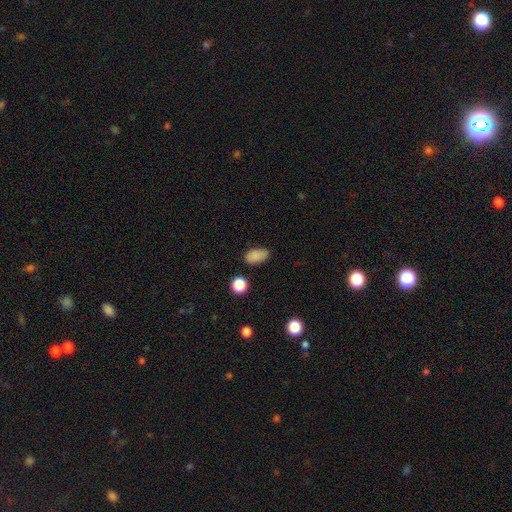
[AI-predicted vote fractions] Q: Smooth or featured?
A: smooth (85%); runner-up: star or artifact (10%)
Q: How rounded?
A: in between (90%); runner-up: round (7%)
Q: Merging?
A: none (78%); runner-up: minor disturbance (17%)